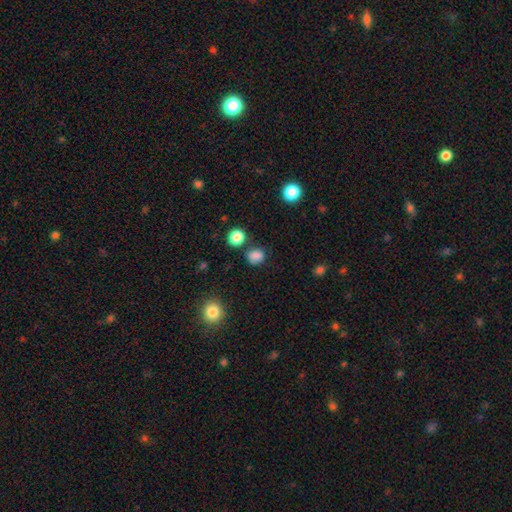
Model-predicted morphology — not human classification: Smooth or featured? Predicted: smooth (p=0.79). How rounded? Predicted: round (p=0.67). Merging? Predicted: none (p=0.70).